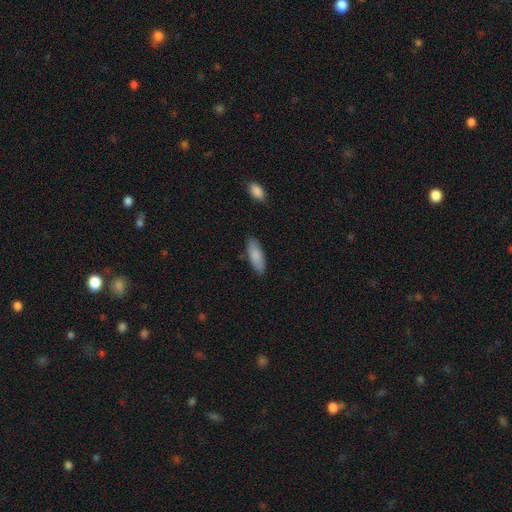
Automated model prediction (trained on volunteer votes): smooth-or-featured: smooth: 87% | featured or disk: 7% | star or artifact: 6%
  how-rounded: in between: 71% | cigar-shaped: 28% | round: 2%
  merging: none: 85% | minor disturbance: 11% | major disturbance: 2% | merger: 2%